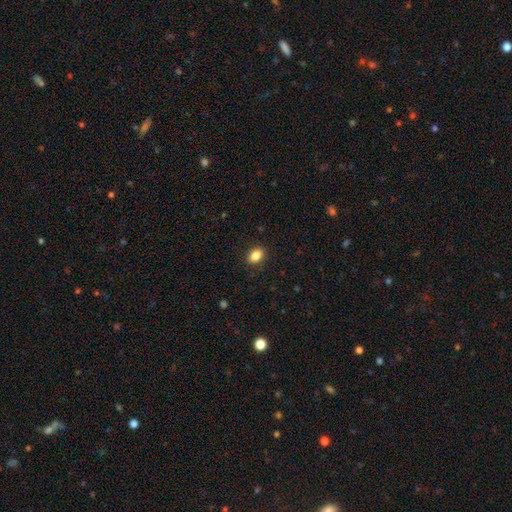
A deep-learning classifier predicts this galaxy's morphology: Overall: smooth (87%). How rounded: in between (81%). Merging: none (89%).